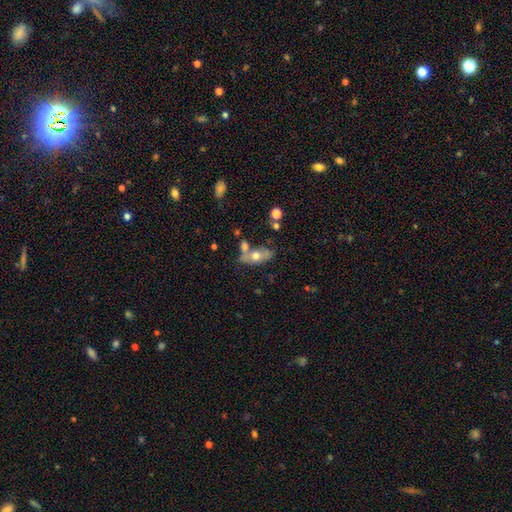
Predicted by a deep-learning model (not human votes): This is possibly a smooth galaxy (58%). How rounded: clearly in between (83%). Merging: possibly none (51%).